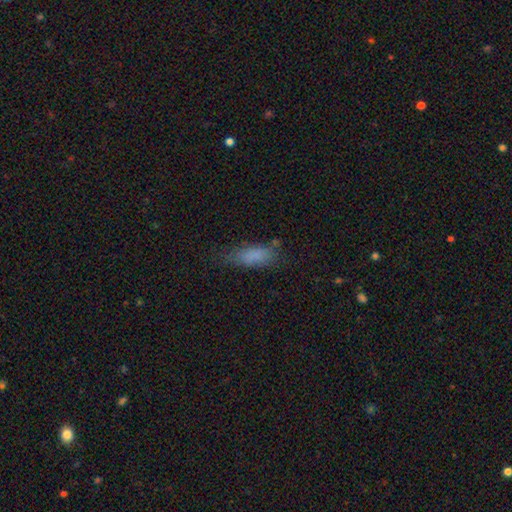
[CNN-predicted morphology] This is likely a smooth galaxy (80%). How rounded: likely in between (67%). Merging: possibly none (60%).